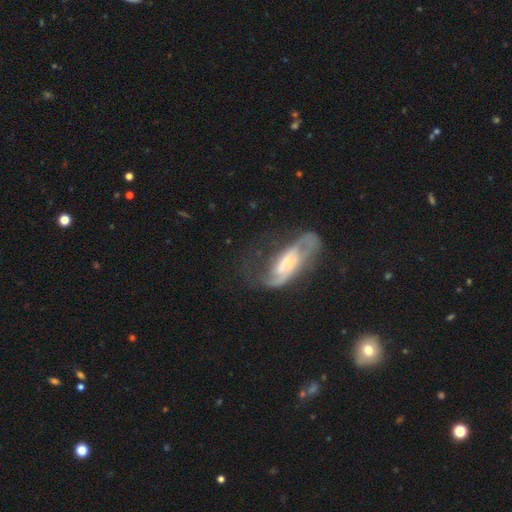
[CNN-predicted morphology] A featured or disk galaxy (67%) with no bar (38%), spiral arms (73%) and a moderate central bulge (47%). Merging: none (57%).